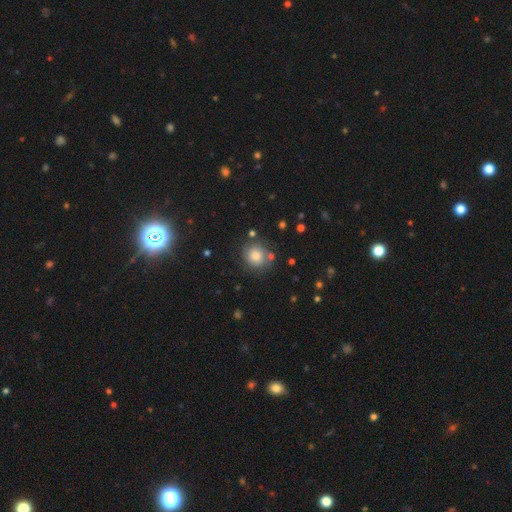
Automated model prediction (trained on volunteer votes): A smooth galaxy with no disk features (80%) that is round (88%).

Vote fractions:
- Smooth or featured? smooth: 80% / star or artifact: 11% / featured or disk: 9%
- How rounded? round: 88% / in between: 12% / cigar-shaped: 1%
- Merging? none: 79% / minor disturbance: 12% / merger: 5% / major disturbance: 4%